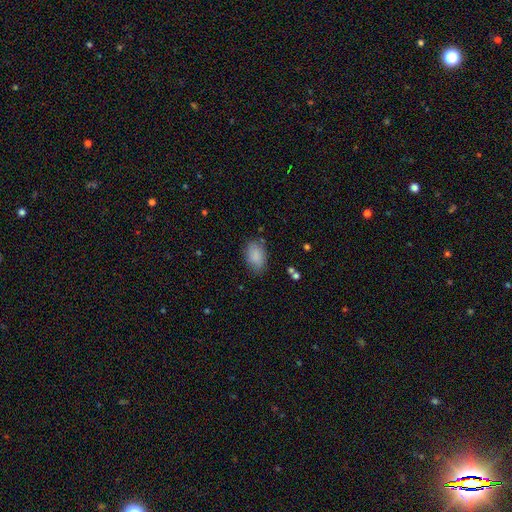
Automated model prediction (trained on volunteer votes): smooth_or_featured: smooth (p=0.87) [alt: star or artifact p=0.07]
how_rounded: in between (p=0.88) [alt: round p=0.11]
merging: none (p=0.76) [alt: minor disturbance p=0.17]